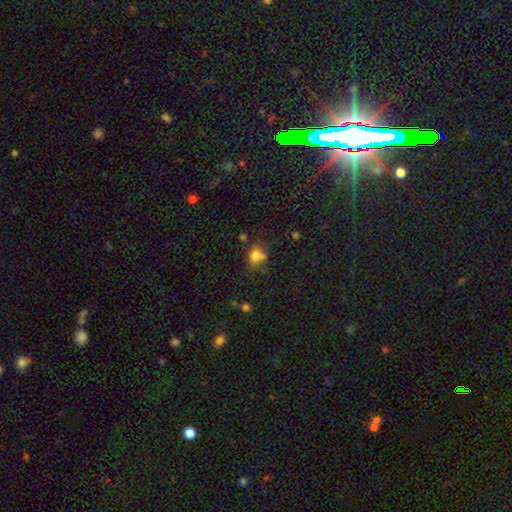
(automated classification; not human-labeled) Q: Smooth or featured?
A: smooth (77%); runner-up: star or artifact (14%)
Q: How rounded?
A: round (59%); runner-up: in between (40%)
Q: Merging?
A: none (55%); runner-up: minor disturbance (20%)